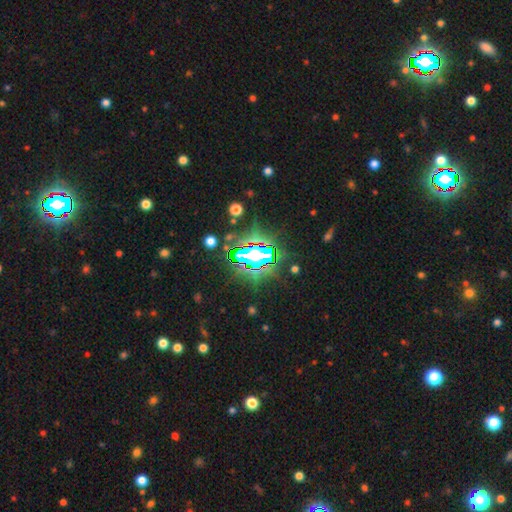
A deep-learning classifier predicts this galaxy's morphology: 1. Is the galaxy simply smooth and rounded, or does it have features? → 77% star or artifact, 12% smooth, 10% featured or disk.